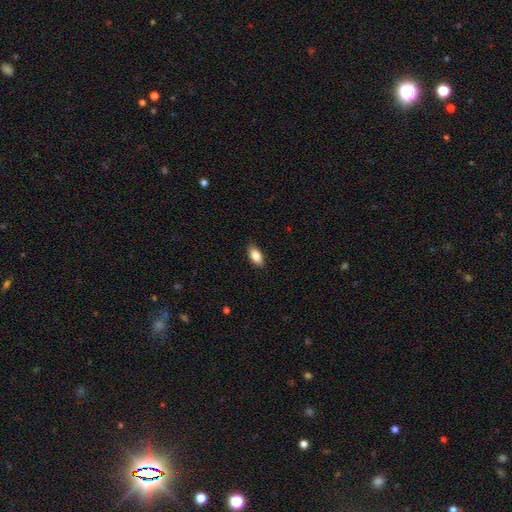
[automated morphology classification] The model was most divided on "smooth or featured": smooth: 86%, featured or disk: 7%, star or artifact: 7%. More confident: how rounded — in between (90%); merging — none (89%).